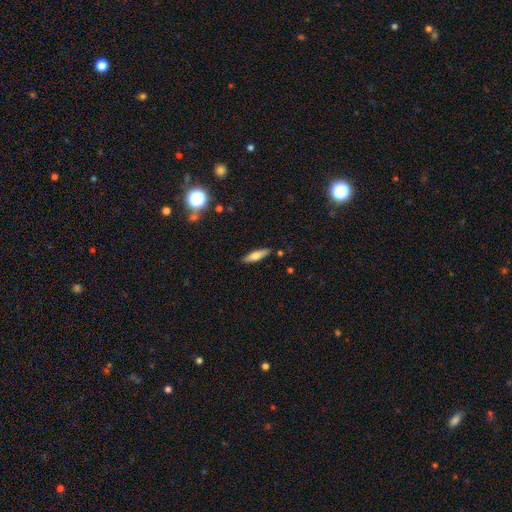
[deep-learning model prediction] Smooth or featured? Predicted: smooth (p=0.65). How rounded? Predicted: cigar-shaped (p=0.63). Merging? Predicted: none (p=0.85).